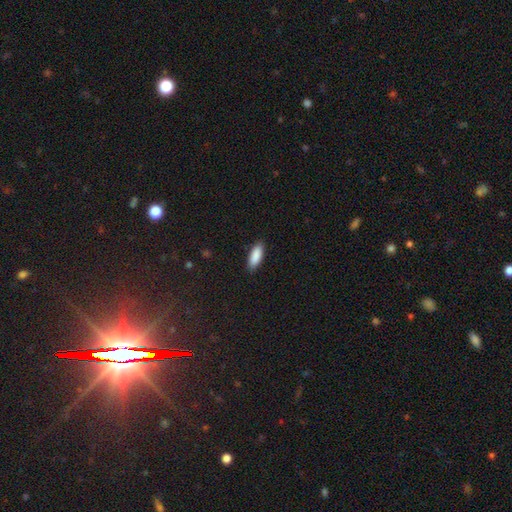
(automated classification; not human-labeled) smooth_or_featured: smooth (p=0.90) [alt: star or artifact p=0.06]
how_rounded: in between (p=0.70) [alt: cigar-shaped p=0.28]
merging: none (p=0.88) [alt: minor disturbance p=0.09]